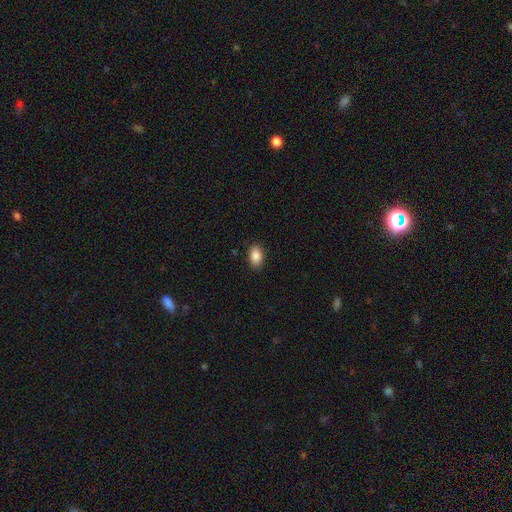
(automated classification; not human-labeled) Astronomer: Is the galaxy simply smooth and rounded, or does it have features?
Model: smooth — 88%.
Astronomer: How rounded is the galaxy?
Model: in between — 89%.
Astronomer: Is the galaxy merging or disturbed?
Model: none — 89%.